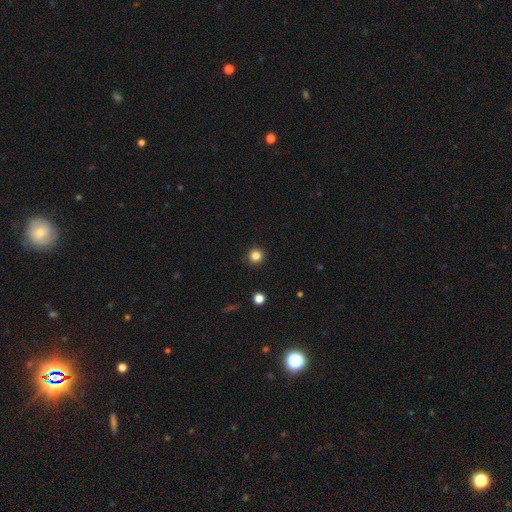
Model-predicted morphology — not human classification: smooth-or-featured: smooth: 83% | star or artifact: 13% | featured or disk: 4%
  how-rounded: round: 95% | in between: 4% | cigar-shaped: 1%
  merging: none: 92% | minor disturbance: 5% | major disturbance: 2% | merger: 1%